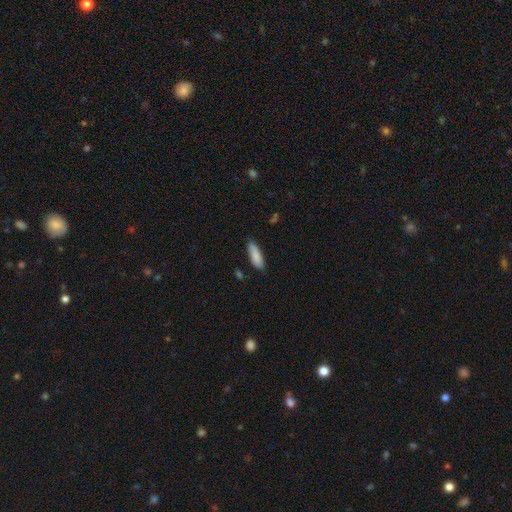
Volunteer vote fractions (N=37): A smooth galaxy with no disk features (95%) that is in between round and cigar-shaped (66%).

Vote fractions:
- Smooth or featured? smooth: 95% / star or artifact: 5% / featured or disk: 0%
- How rounded? in between: 66% / cigar-shaped: 34% / round: 0%
- Merging? none: 71% / minor disturbance: 26% / major disturbance: 3% / merger: 0%